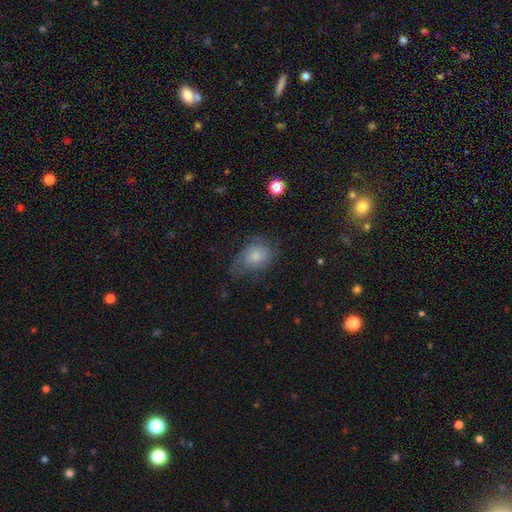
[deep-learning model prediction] smooth_or_featured: smooth (p=0.62) [alt: featured or disk p=0.28]
how_rounded: in between (p=0.67) [alt: round p=0.32]
merging: none (p=0.51) [alt: minor disturbance p=0.31]